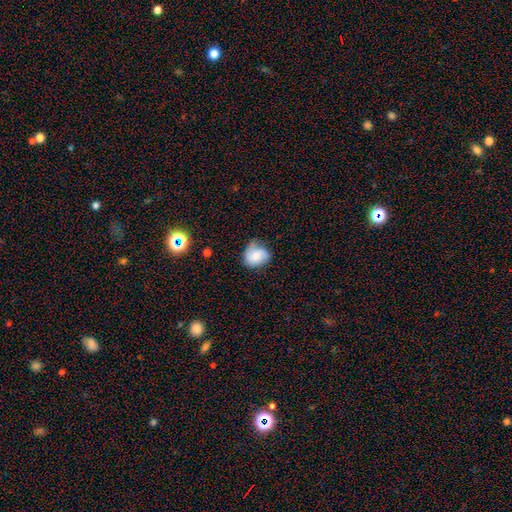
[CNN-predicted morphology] smooth 59%, featured or disk 32%, star or artifact 10%. Down the decision tree: how rounded — round (62%); merging — none (50%).